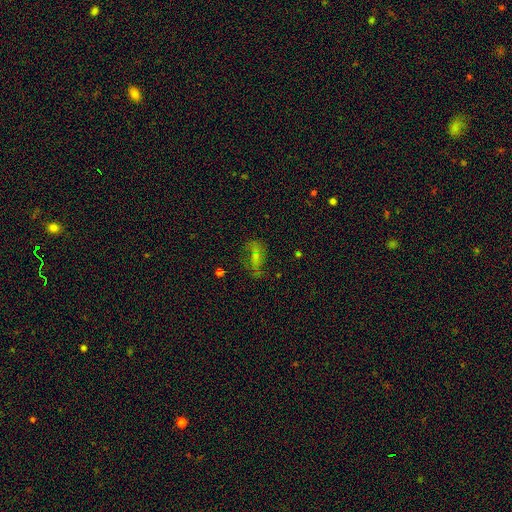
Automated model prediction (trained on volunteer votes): Q: Smooth or featured?
A: featured or disk (46%); runner-up: smooth (34%)
Q: Merging?
A: none (58%); runner-up: minor disturbance (22%)